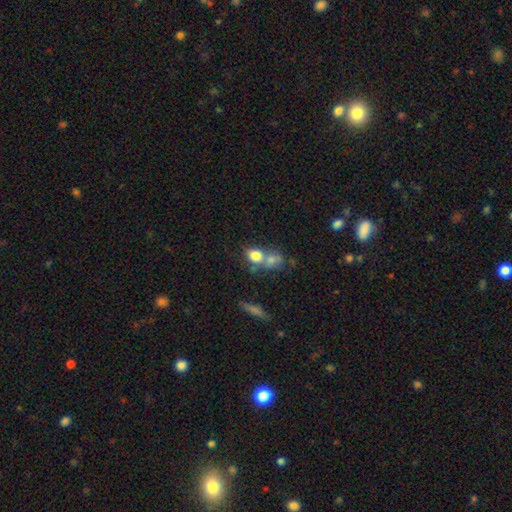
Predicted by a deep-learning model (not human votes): This is likely a smooth galaxy (78%). How rounded: possibly in between (51%). Merging: possibly merger (54%).